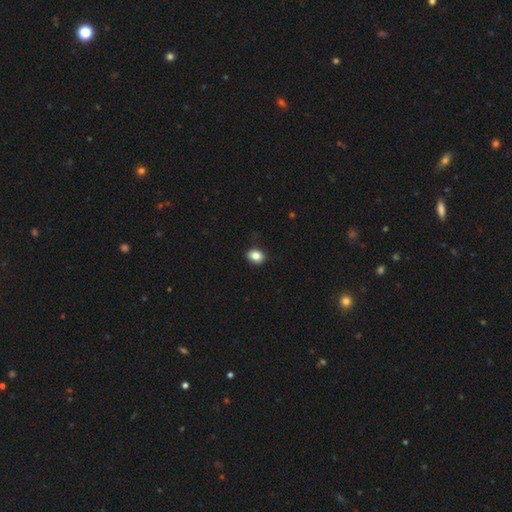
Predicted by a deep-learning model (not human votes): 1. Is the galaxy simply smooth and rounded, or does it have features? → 85% smooth, 9% star or artifact, 6% featured or disk.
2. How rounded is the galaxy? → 59% in between, 40% round, 1% cigar-shaped.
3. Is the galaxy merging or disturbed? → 86% none, 11% minor disturbance, 2% major disturbance, 1% merger.